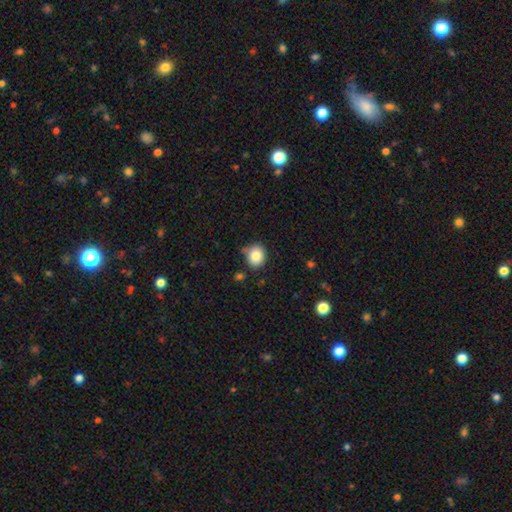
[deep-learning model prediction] A smooth galaxy with no disk features (84%) that is round (68%). Merging: none (74%).